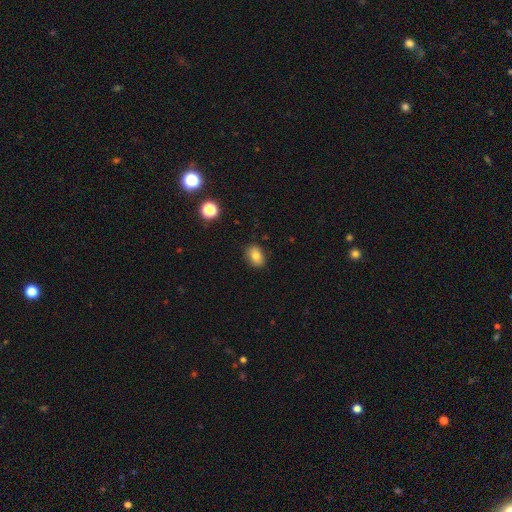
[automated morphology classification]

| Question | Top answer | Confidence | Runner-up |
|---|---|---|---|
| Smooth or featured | smooth | 79% | star or artifact (11%) |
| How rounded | in between | 68% | round (31%) |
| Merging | none | 86% | minor disturbance (11%) |